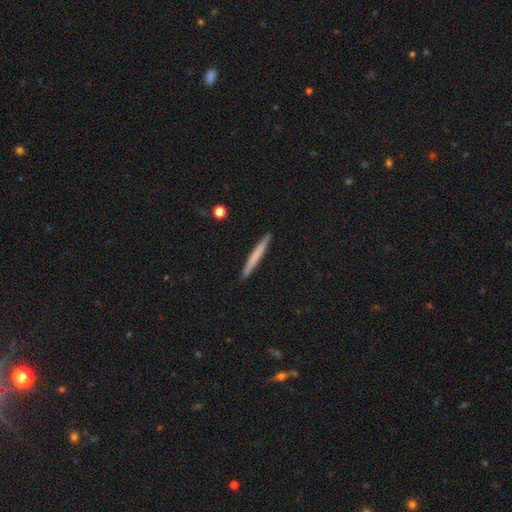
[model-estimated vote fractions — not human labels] The model was most divided on "smooth or featured": smooth: 64%, featured or disk: 30%, star or artifact: 6%. More confident: how rounded — cigar-shaped (97%); merging — none (92%).